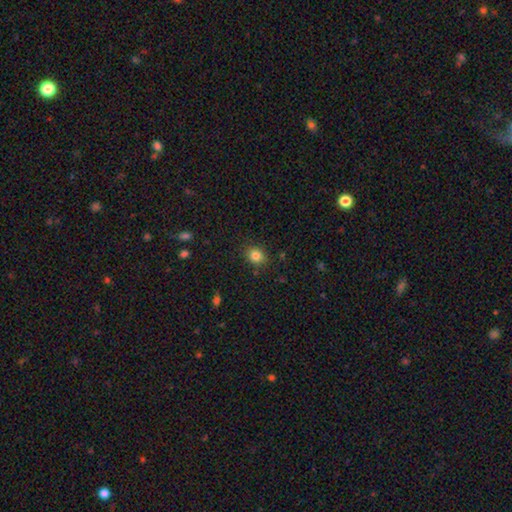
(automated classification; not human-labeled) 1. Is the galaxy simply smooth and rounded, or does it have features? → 83% smooth, 11% star or artifact, 6% featured or disk.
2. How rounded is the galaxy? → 59% round, 40% in between, 1% cigar-shaped.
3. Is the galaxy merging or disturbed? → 85% none, 11% minor disturbance, 3% major disturbance, 2% merger.